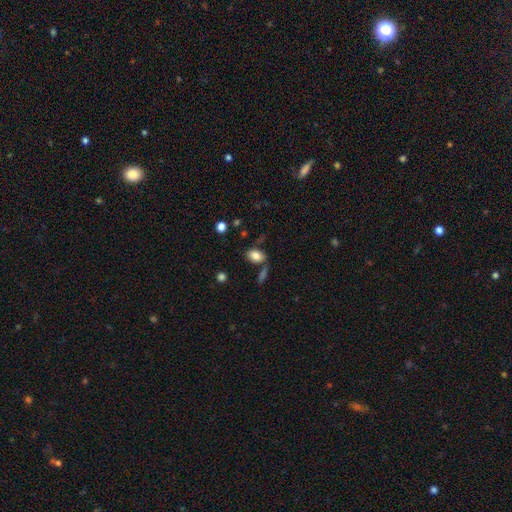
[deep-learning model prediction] smooth_or_featured: smooth (p=0.83) [alt: featured or disk p=0.09]
how_rounded: in between (p=0.87) [alt: round p=0.11]
merging: none (p=0.69) [alt: minor disturbance p=0.15]